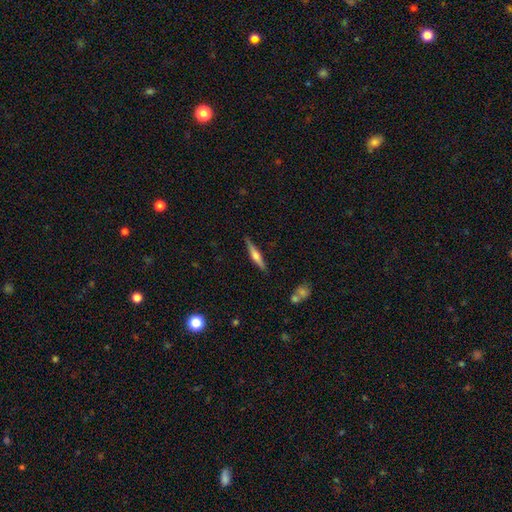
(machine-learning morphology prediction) This appears to be a featured or disk galaxy (58%) viewed edge-on (97%) with a rounded central bulge (81%). Merging: none (87%).